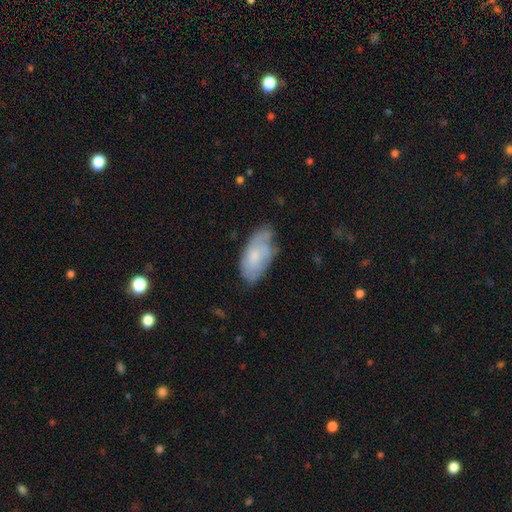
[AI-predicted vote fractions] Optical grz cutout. It shows a smooth galaxy with no disk features (56%) that is in between round and cigar-shaped (92%). Merging: none (54%).